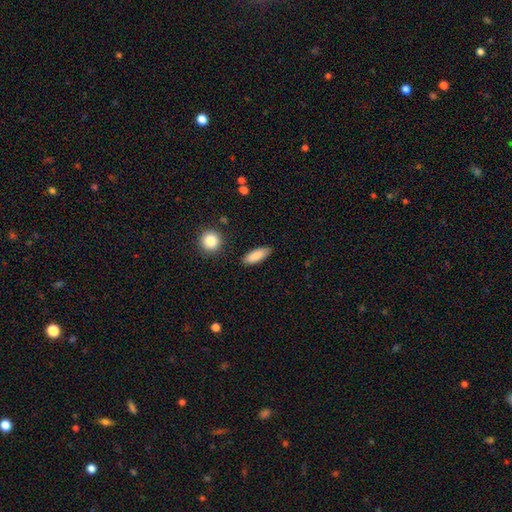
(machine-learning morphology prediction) Smooth or featured? smooth (86%)
How rounded? in between (69%)
Merging? none (83%)